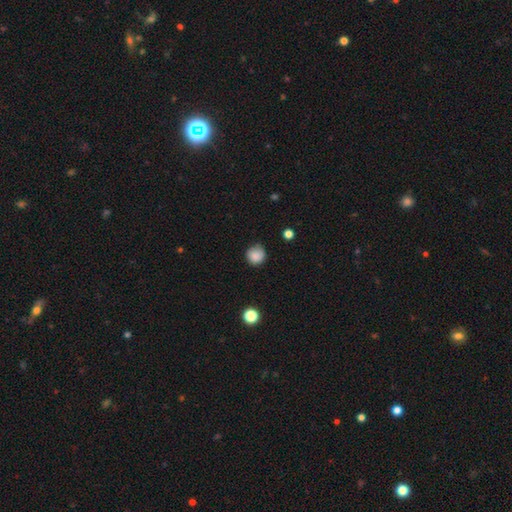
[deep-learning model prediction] Smooth or featured?
  - smooth: 86% *
  - star or artifact: 10%
  - featured or disk: 4%
How rounded?
  - round: 91% *
  - in between: 8%
  - cigar-shaped: 1%
Merging?
  - none: 76% *
  - minor disturbance: 19%
  - major disturbance: 4%
  - merger: 1%